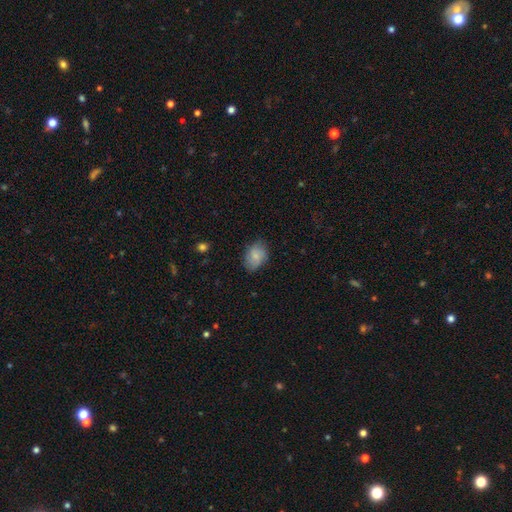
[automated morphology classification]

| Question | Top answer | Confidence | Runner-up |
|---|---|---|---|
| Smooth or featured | smooth | 81% | featured or disk (12%) |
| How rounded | in between | 79% | round (20%) |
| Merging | none | 76% | minor disturbance (19%) |